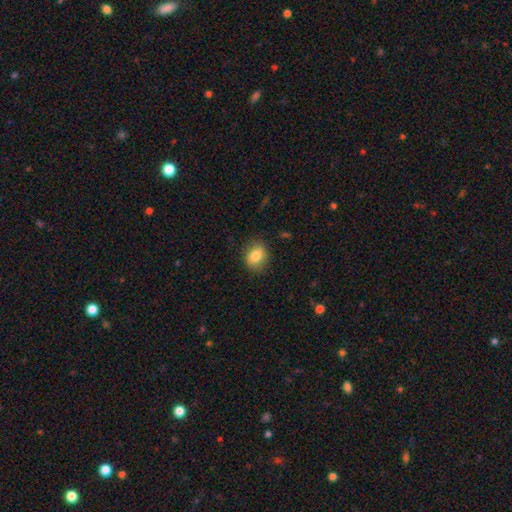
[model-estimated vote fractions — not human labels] Morphology: type=smooth (82%); roundness=in between (51%); merging=none (84%).